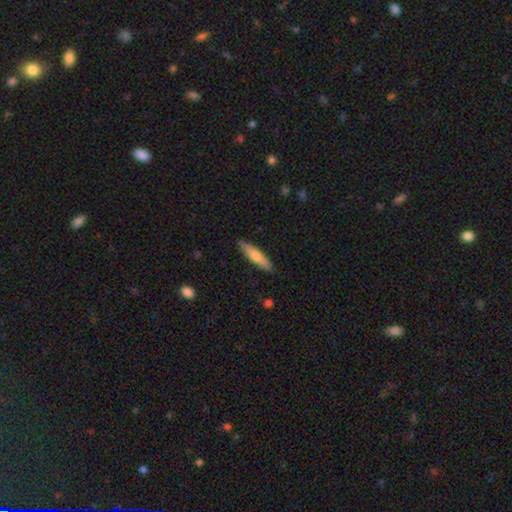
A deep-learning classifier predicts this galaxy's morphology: Smooth or featured? Predicted: smooth (p=0.66). How rounded? Predicted: cigar-shaped (p=0.83). Merging? Predicted: none (p=0.89).